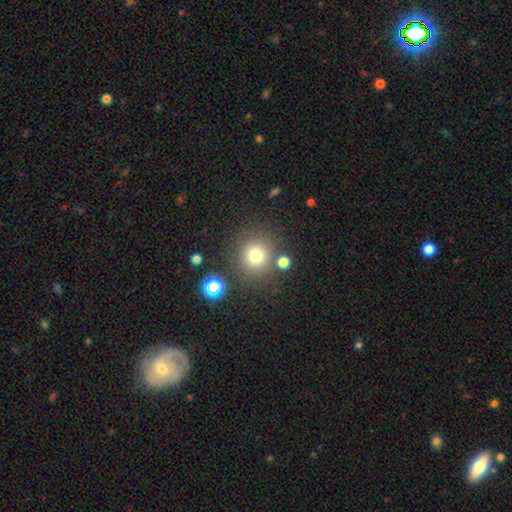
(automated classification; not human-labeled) Smooth or featured: smooth — 75% (star or artifact — 17%)
How rounded: round — 90% (in between — 9%)
Merging: none — 79% (minor disturbance — 9%)